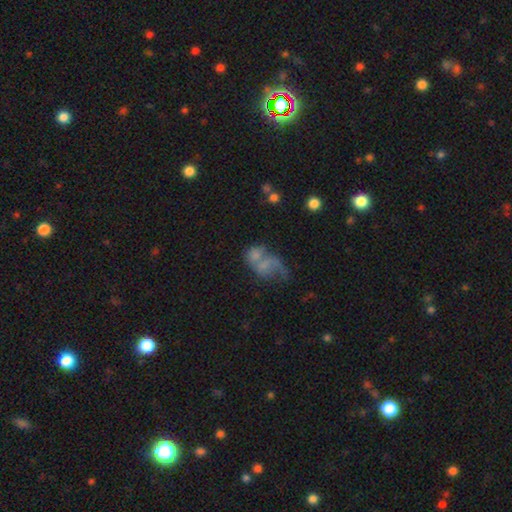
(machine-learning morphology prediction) Smooth or featured: smooth — 46% (featured or disk — 38%)
Merging: merger — 49% (major disturbance — 21%)